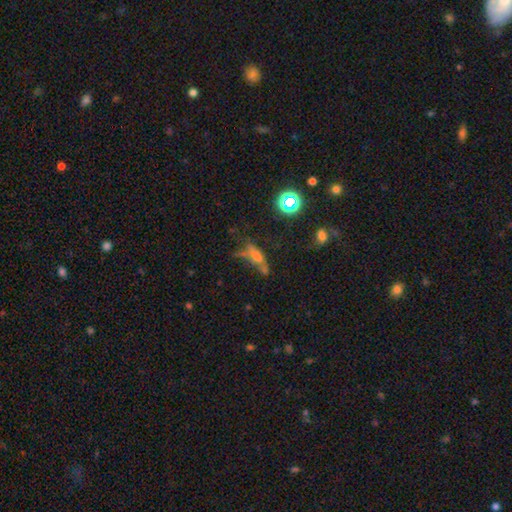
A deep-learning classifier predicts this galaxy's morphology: A smooth galaxy with no disk features (40%).

Vote fractions:
- Smooth or featured? smooth: 40% / featured or disk: 32% / star or artifact: 28%
- Merging? none: 39% / major disturbance: 23% / minor disturbance: 21% / merger: 17%